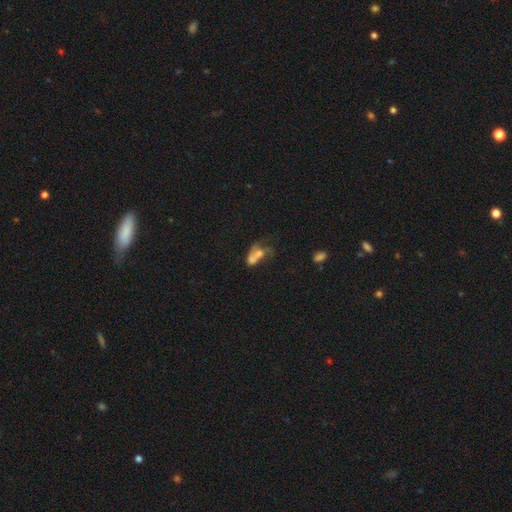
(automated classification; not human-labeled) A smooth galaxy with no disk features (51%) that is in between round and cigar-shaped (75%). Merging: merger (52%).